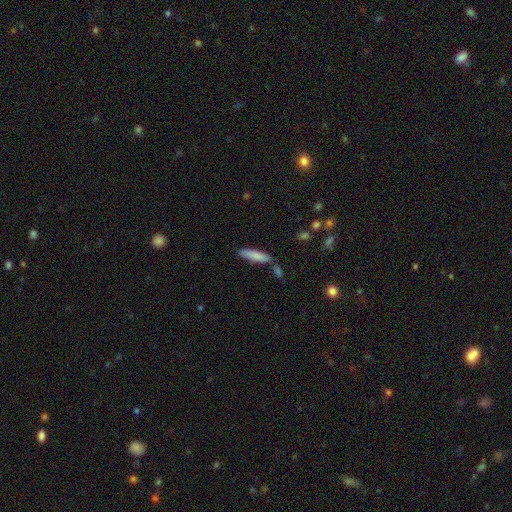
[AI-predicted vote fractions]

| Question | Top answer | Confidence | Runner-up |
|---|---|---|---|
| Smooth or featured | smooth | 84% | featured or disk (10%) |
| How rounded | cigar-shaped | 75% | in between (23%) |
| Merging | none | 74% | minor disturbance (14%) |